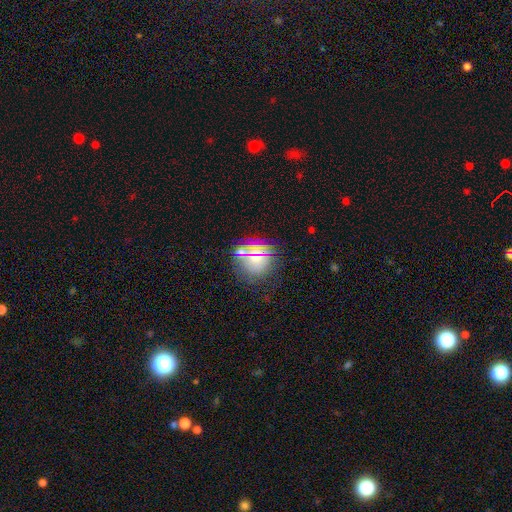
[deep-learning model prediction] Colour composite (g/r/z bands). It shows a smooth galaxy with no disk features (50%) that is round (86%). Merging: none (78%).